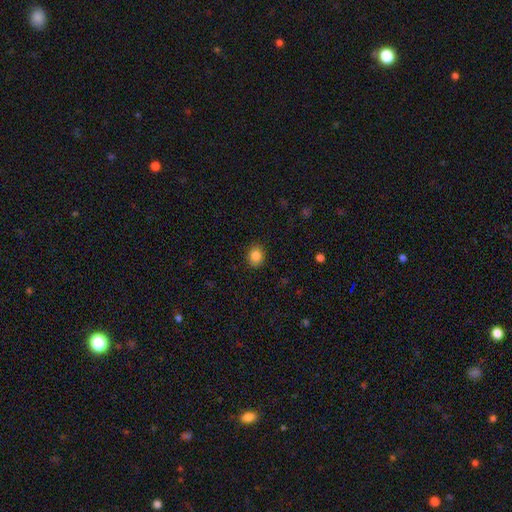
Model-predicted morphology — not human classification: The model was most divided on "how rounded": round: 60%, in between: 39%, cigar-shaped: 1%. More confident: merging — none (89%); smooth or featured — smooth (85%).